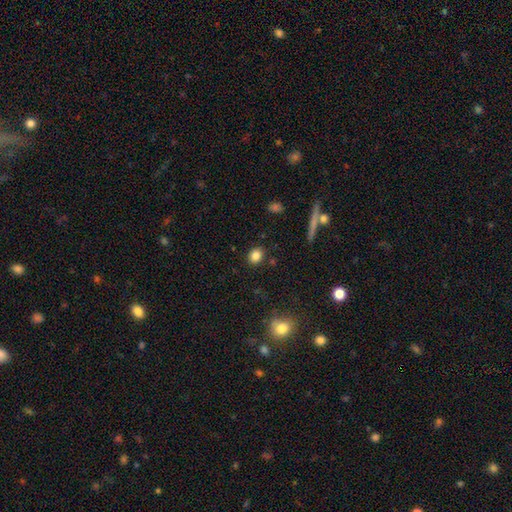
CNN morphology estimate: A smooth galaxy with no disk features (83%) that is round (60%).

Vote fractions:
- Smooth or featured? smooth: 83% / star or artifact: 11% / featured or disk: 6%
- How rounded? round: 60% / in between: 38% / cigar-shaped: 1%
- Merging? none: 87% / minor disturbance: 8% / major disturbance: 2% / merger: 2%